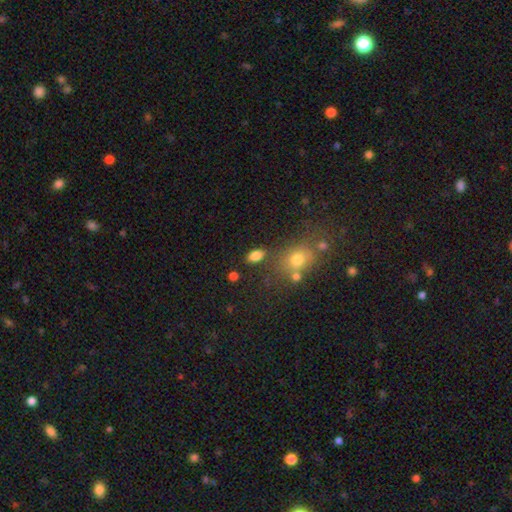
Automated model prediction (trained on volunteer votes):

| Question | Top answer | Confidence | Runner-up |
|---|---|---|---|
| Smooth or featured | smooth | 82% | star or artifact (11%) |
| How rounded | in between | 88% | round (10%) |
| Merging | none | 75% | minor disturbance (13%) |